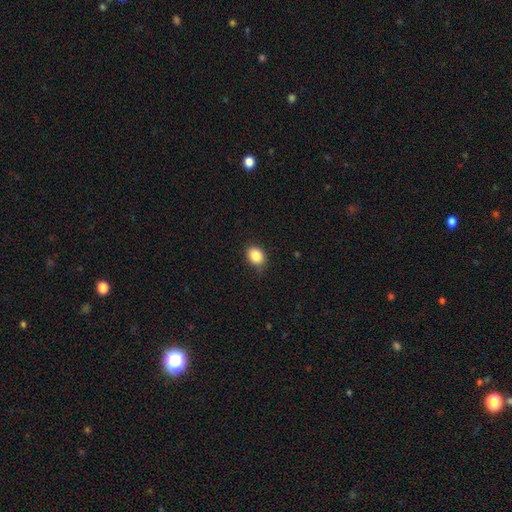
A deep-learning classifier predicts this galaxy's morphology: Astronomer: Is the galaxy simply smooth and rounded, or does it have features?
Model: smooth — 86%.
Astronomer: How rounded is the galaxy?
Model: in between — 57% (runner-up: round, 42%).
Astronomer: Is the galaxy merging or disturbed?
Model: none — 76%.